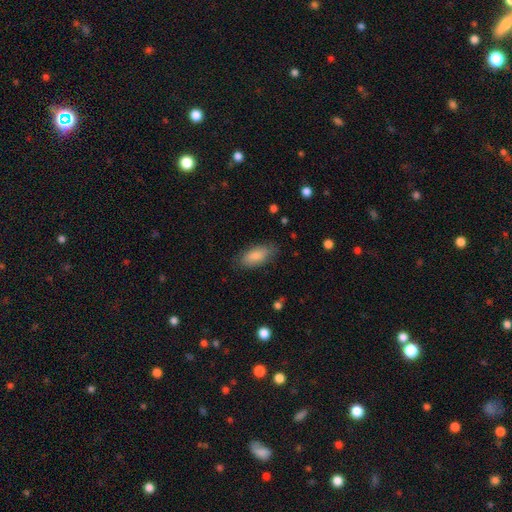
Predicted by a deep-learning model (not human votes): This appears to be a smooth galaxy with no disk features (85%) that is in between round and cigar-shaped (88%). Merging: none (80%).